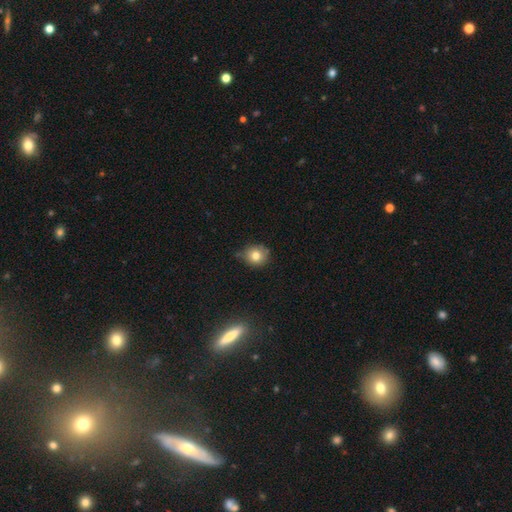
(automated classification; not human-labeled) smooth-or-featured: smooth: 78% | star or artifact: 12% | featured or disk: 11%
  how-rounded: round: 82% | in between: 17% | cigar-shaped: 1%
  merging: none: 69% | minor disturbance: 23% | major disturbance: 4% | merger: 4%